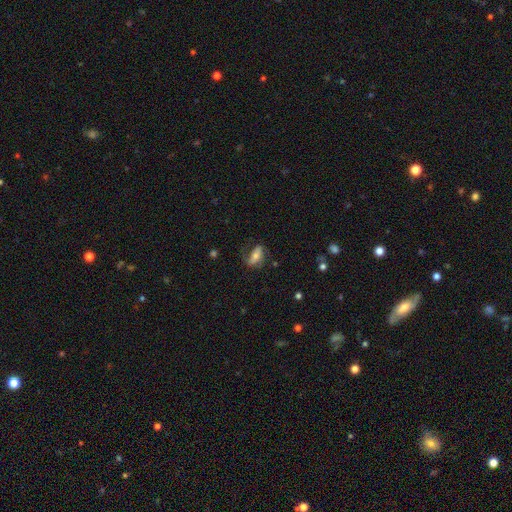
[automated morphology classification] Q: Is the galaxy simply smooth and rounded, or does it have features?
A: featured or disk — 51%.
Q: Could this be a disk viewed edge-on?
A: no — 88%.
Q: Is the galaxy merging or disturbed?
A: none — 58%.